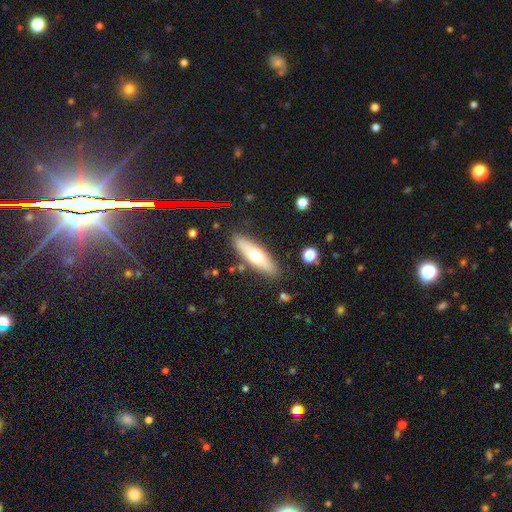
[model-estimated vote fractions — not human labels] Morphology: type=smooth (58%); roundness=cigar-shaped (54%); merging=none (85%).